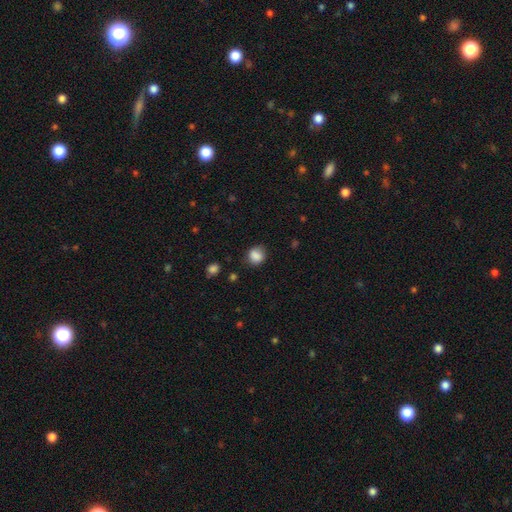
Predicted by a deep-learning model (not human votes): Smooth or featured: smooth — 86% (star or artifact — 9%)
How rounded: round — 71% (in between — 28%)
Merging: none — 73% (minor disturbance — 19%)